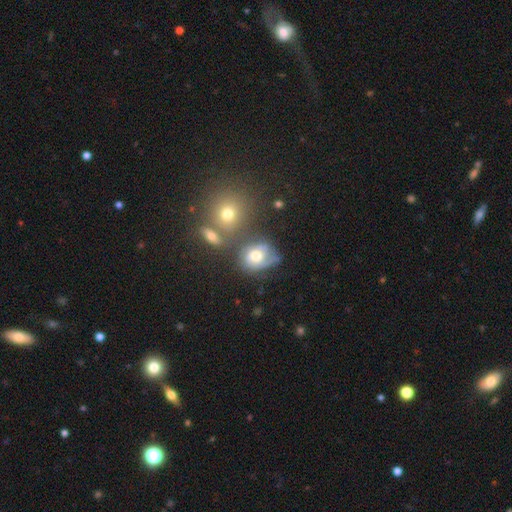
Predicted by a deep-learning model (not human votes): Q: Smooth or featured?
A: featured or disk (50%); runner-up: smooth (39%)
Q: Edge-on disk?
A: no (96%); runner-up: yes (4%)
Q: Merging?
A: none (43%); runner-up: minor disturbance (22%)